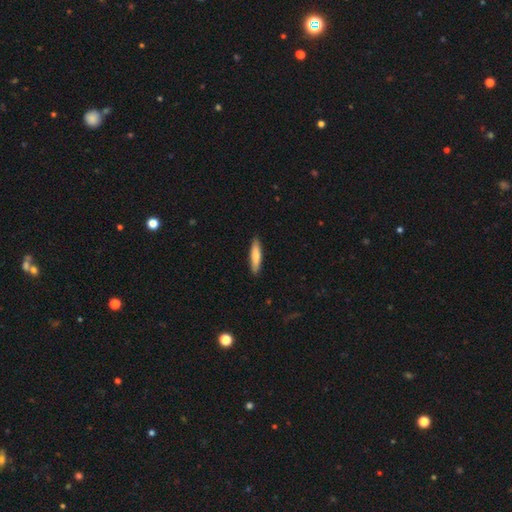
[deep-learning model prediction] Smooth or featured? Predicted: smooth (p=0.77). How rounded? Predicted: cigar-shaped (p=0.83). Merging? Predicted: none (p=0.90).